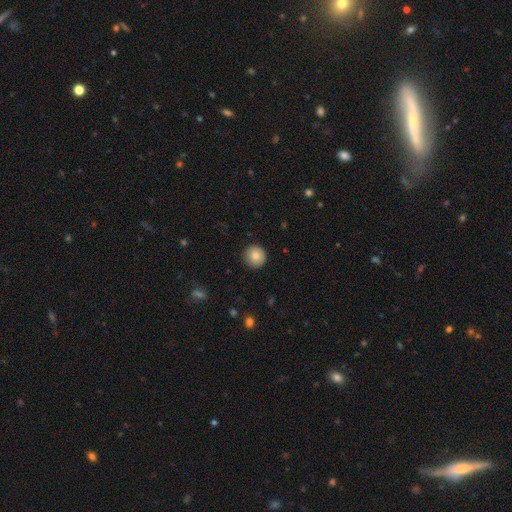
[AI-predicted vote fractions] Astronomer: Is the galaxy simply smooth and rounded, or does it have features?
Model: smooth — 84%.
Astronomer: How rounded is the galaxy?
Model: round — 94%.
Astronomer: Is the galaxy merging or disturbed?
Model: none — 90%.